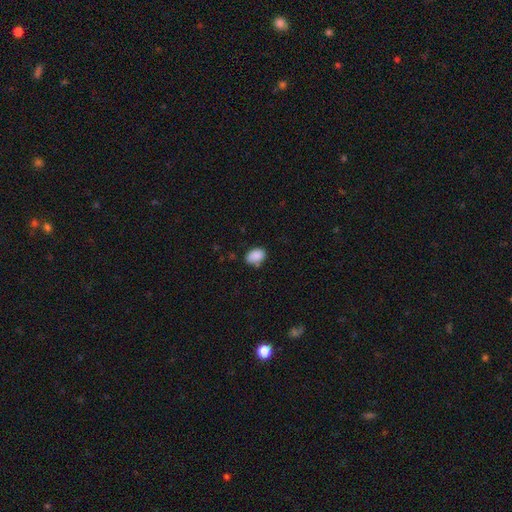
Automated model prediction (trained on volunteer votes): smooth_or_featured: smooth (p=0.87) [alt: star or artifact p=0.08]
how_rounded: in between (p=0.78) [alt: round p=0.21]
merging: none (p=0.67) [alt: minor disturbance p=0.25]